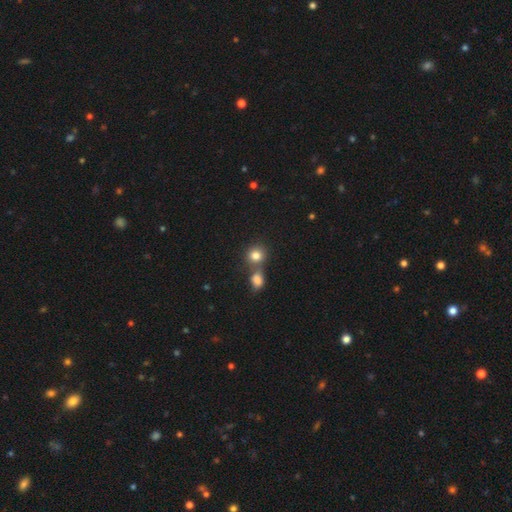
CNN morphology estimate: A smooth galaxy with no disk features (82%) that is round (81%).

Vote fractions:
- Smooth or featured? smooth: 82% / star or artifact: 11% / featured or disk: 7%
- How rounded? round: 81% / in between: 18% / cigar-shaped: 1%
- Merging? none: 51% / merger: 38% / minor disturbance: 8% / major disturbance: 3%